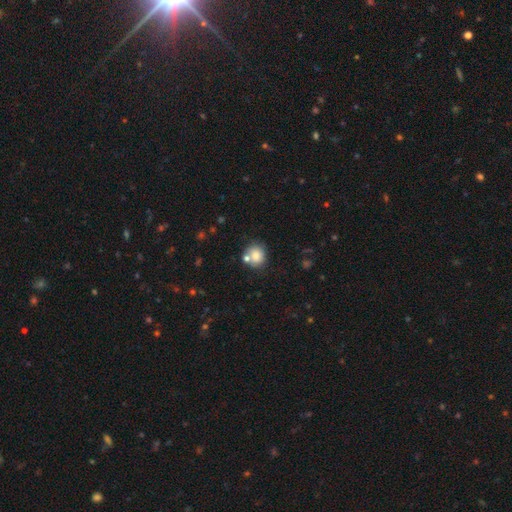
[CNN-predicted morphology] A smooth galaxy with no disk features (81%) that is round (70%).

Vote fractions:
- Smooth or featured? smooth: 81% / featured or disk: 10% / star or artifact: 10%
- How rounded? round: 70% / in between: 29% / cigar-shaped: 1%
- Merging? none: 58% / merger: 22% / minor disturbance: 15% / major disturbance: 5%